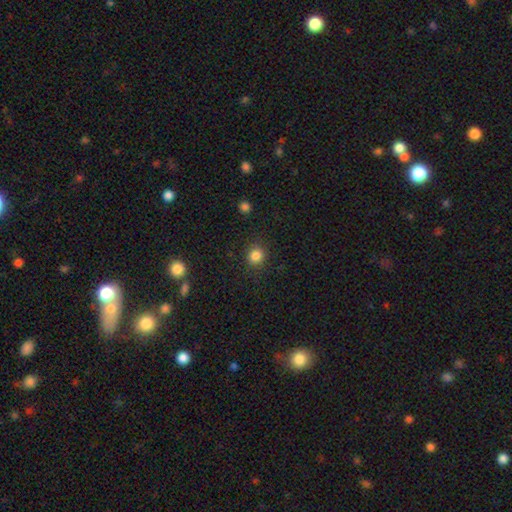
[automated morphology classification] Q: Smooth or featured?
A: smooth (84%); runner-up: star or artifact (12%)
Q: How rounded?
A: round (82%); runner-up: in between (17%)
Q: Merging?
A: none (88%); runner-up: minor disturbance (8%)